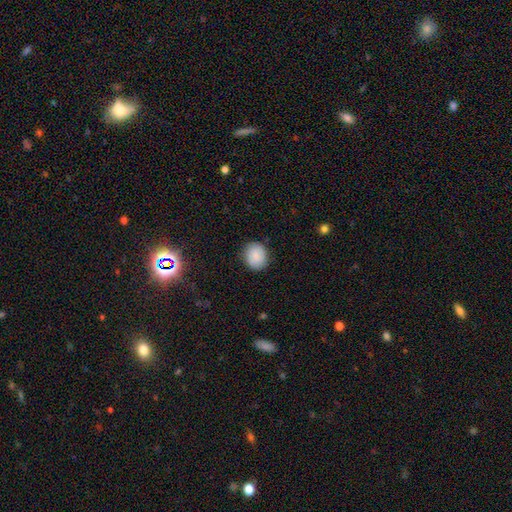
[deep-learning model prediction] Morphology: type=smooth (85%); roundness=round (74%); merging=none (86%).